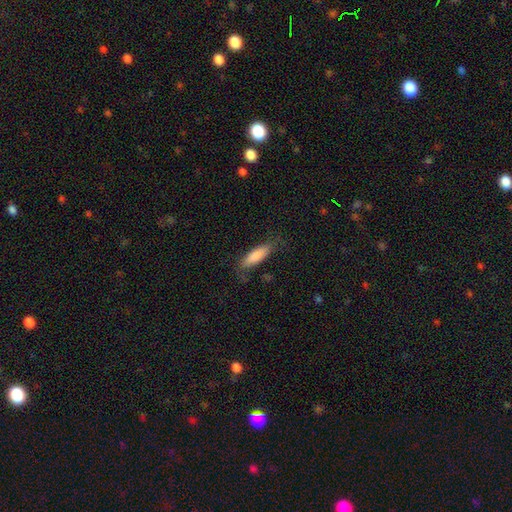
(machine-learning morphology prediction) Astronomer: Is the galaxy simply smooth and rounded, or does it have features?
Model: smooth — 79%.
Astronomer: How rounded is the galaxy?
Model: cigar-shaped — 57% (runner-up: in between, 41%).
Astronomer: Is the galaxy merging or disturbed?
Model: none — 73%.